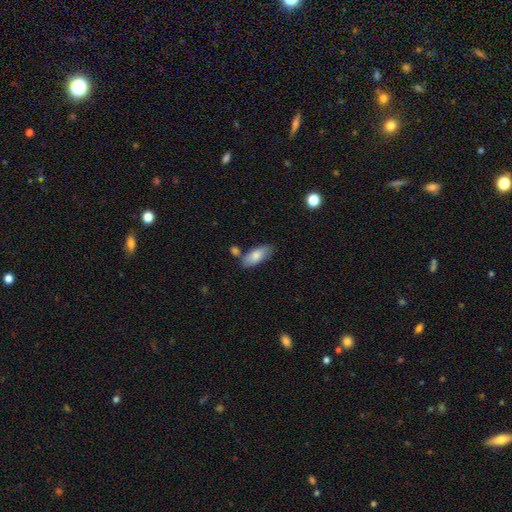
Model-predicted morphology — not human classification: The model was most divided on "merging": none: 69%, minor disturbance: 16%, merger: 11%, major disturbance: 3%. More confident: how rounded — in between (84%); smooth or featured — smooth (80%).